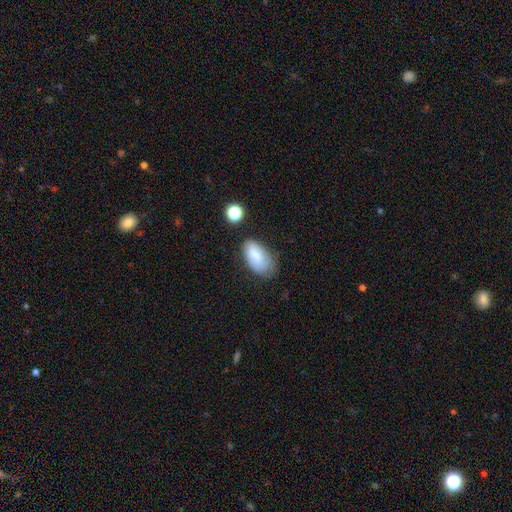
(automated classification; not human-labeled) Smooth or featured? Predicted: smooth (p=0.73). How rounded? Predicted: in between (p=0.93). Merging? Predicted: none (p=0.54).